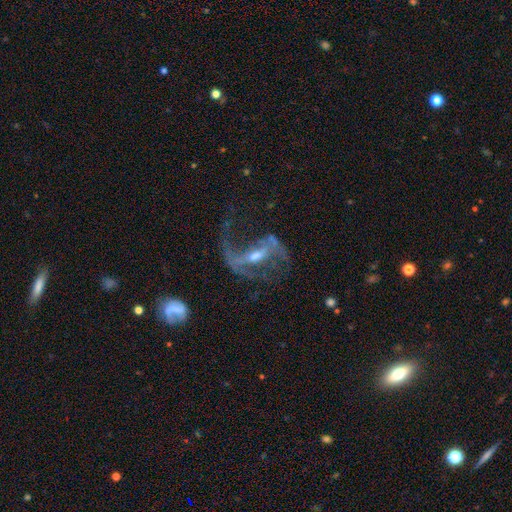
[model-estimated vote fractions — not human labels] This appears to be a featured or disk galaxy (85%) with a strong bar (45%), 2 (77%) loose (70%) spiral arms (88%) and a moderate central bulge (50%). Merging: none (41%).